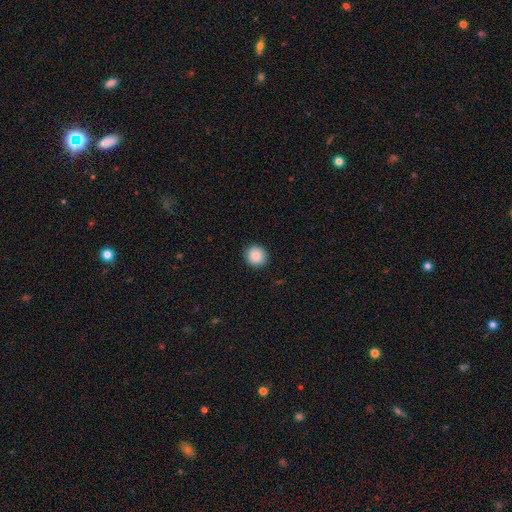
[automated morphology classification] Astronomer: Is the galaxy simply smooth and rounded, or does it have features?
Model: smooth — 88%.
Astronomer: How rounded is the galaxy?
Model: round — 91%.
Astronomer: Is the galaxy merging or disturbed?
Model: none — 91%.